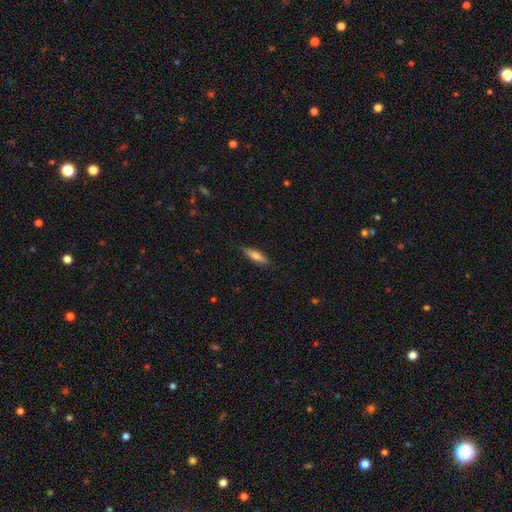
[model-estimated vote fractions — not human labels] smooth_or_featured: smooth (p=0.66) [alt: featured or disk p=0.28]
how_rounded: cigar-shaped (p=0.66) [alt: in between p=0.32]
merging: none (p=0.86) [alt: minor disturbance p=0.11]